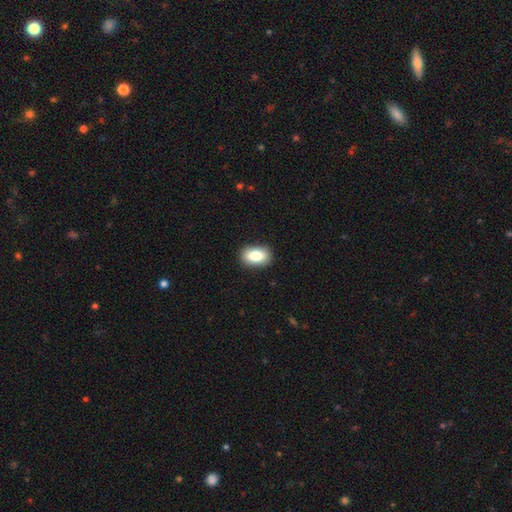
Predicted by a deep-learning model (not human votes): Q: Smooth or featured?
A: smooth (82%); runner-up: featured or disk (10%)
Q: How rounded?
A: in between (86%); runner-up: round (13%)
Q: Merging?
A: none (88%); runner-up: minor disturbance (9%)